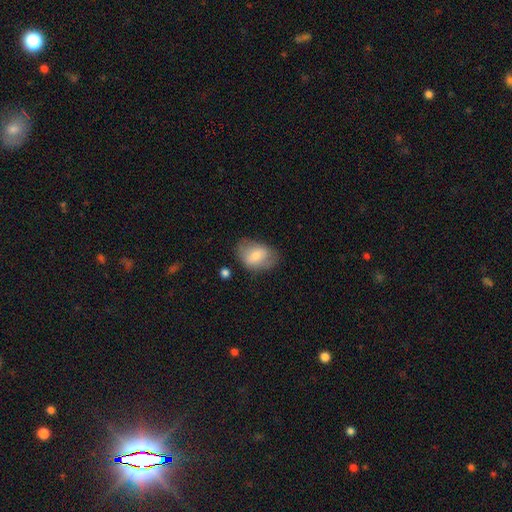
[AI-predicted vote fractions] smooth 68%, featured or disk 24%, star or artifact 7%. Down the decision tree: how rounded — in between (82%); merging — none (62%).